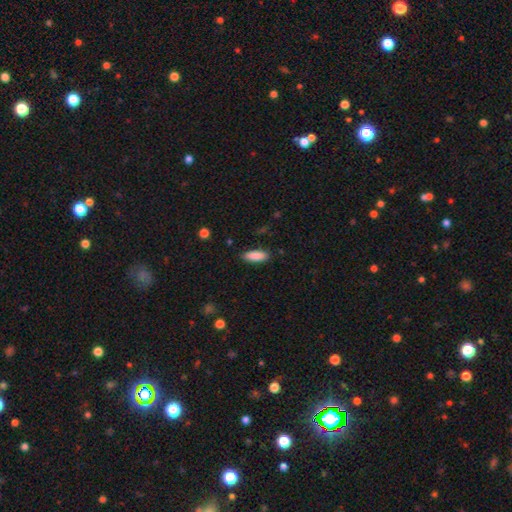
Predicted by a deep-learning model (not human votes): The model was most divided on "how rounded": in between: 70%, cigar-shaped: 28%, round: 2%. More confident: smooth or featured — smooth (88%); merging — none (87%).